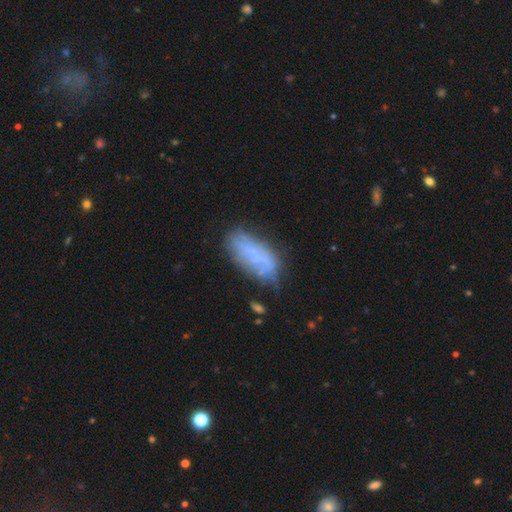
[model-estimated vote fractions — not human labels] Overall: smooth (54%; featured or disk 37%). How rounded: in between (86%). Merging: none (54%; minor disturbance 28%).